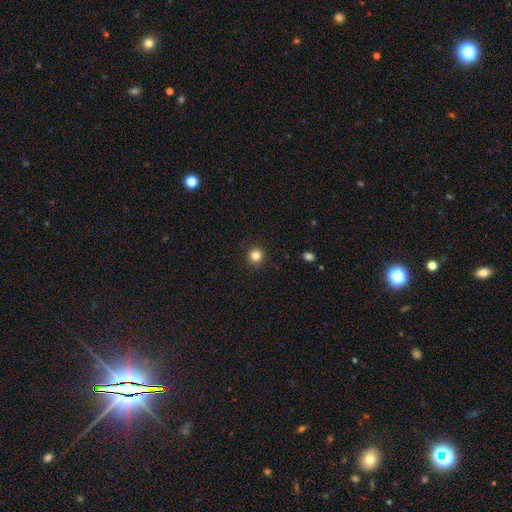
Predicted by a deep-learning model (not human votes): The model was most divided on "smooth or featured": smooth: 82%, star or artifact: 12%, featured or disk: 5%. More confident: how rounded — round (94%); merging — none (92%).